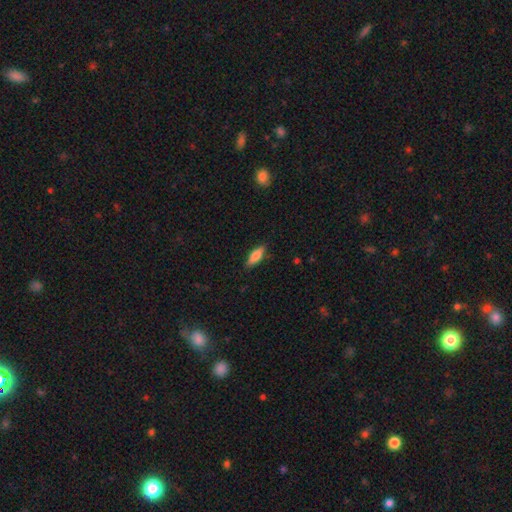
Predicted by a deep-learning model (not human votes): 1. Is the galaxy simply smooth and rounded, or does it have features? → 71% smooth, 23% featured or disk, 6% star or artifact.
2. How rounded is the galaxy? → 57% in between, 40% cigar-shaped, 2% round.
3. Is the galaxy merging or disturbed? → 84% none, 12% minor disturbance, 2% major disturbance, 1% merger.